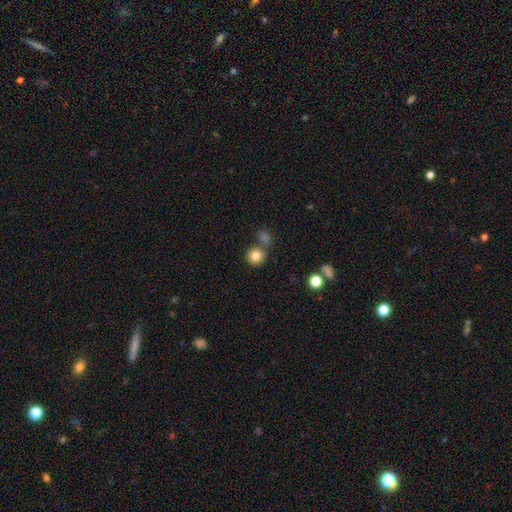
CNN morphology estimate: The model was most divided on "merging": none: 70%, merger: 17%, minor disturbance: 10%, major disturbance: 3%. More confident: how rounded — round (89%); smooth or featured — smooth (82%).